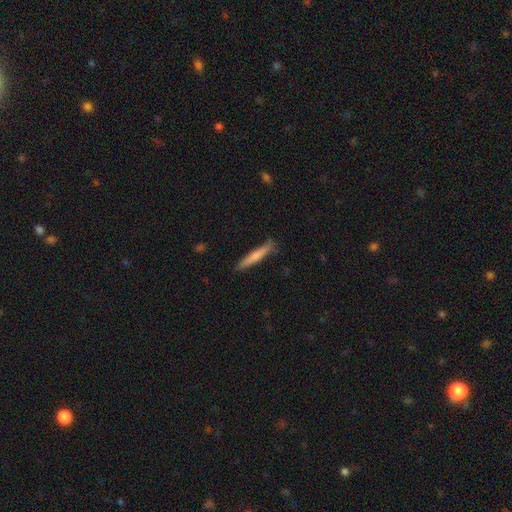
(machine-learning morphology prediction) This is likely a smooth galaxy (67%). How rounded: clearly cigar-shaped (94%). Merging: clearly none (84%).